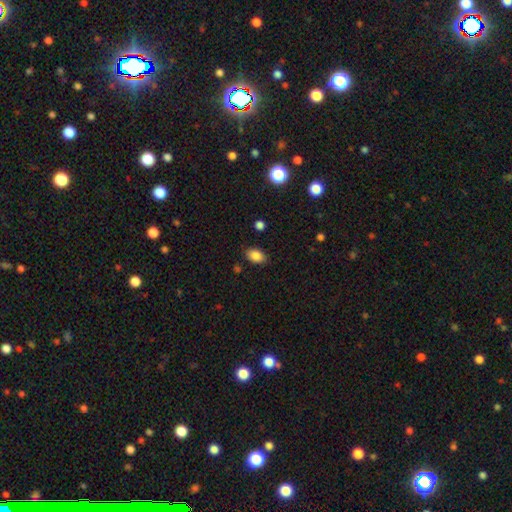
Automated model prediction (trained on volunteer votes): A smooth galaxy with no disk features (86%) that is in between round and cigar-shaped (86%). Merging: none (84%).